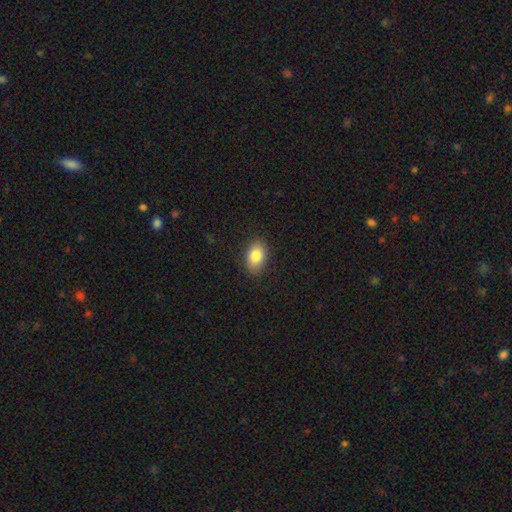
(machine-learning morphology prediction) Smooth or featured: smooth — 84% (featured or disk — 8%)
How rounded: in between — 87% (round — 12%)
Merging: none — 88% (minor disturbance — 9%)